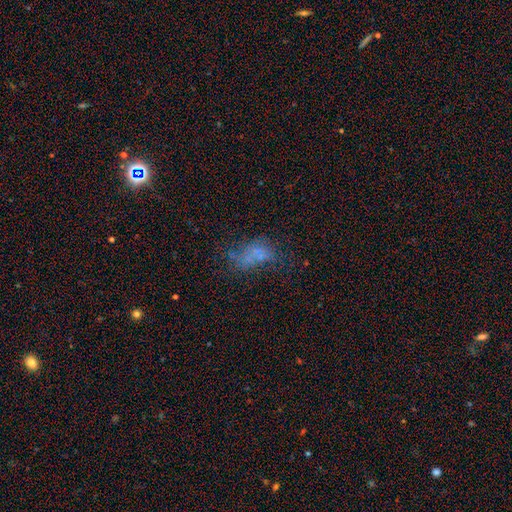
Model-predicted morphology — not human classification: The model was most divided on "merging": none: 39%, major disturbance: 28%, minor disturbance: 20%, merger: 13%. Remaining: smooth or featured — smooth (45%).